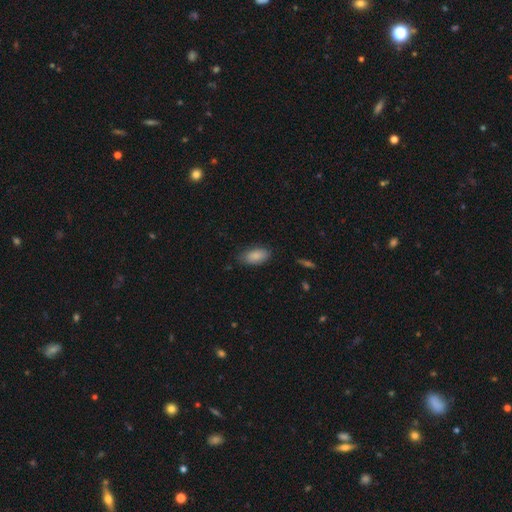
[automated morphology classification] A smooth galaxy with no disk features (87%) that is in between round and cigar-shaped (92%).

Vote fractions:
- Smooth or featured? smooth: 87% / star or artifact: 7% / featured or disk: 7%
- How rounded? in between: 92% / cigar-shaped: 4% / round: 3%
- Merging? none: 77% / minor disturbance: 18% / major disturbance: 4% / merger: 1%